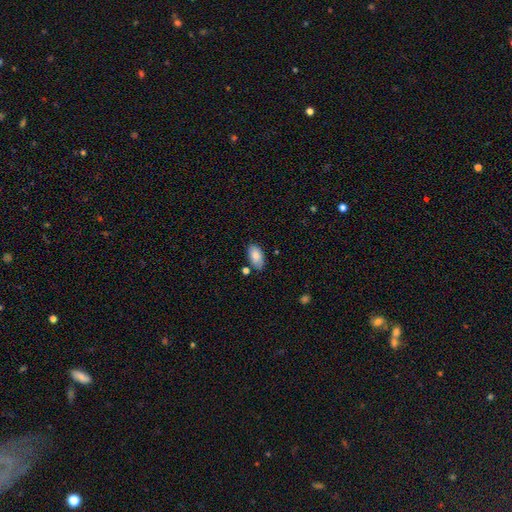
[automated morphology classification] Smooth or featured?
  - smooth: 83% *
  - featured or disk: 10%
  - star or artifact: 7%
How rounded?
  - in between: 94% *
  - round: 4%
  - cigar-shaped: 3%
Merging?
  - none: 75% *
  - minor disturbance: 17%
  - merger: 5%
  - major disturbance: 3%